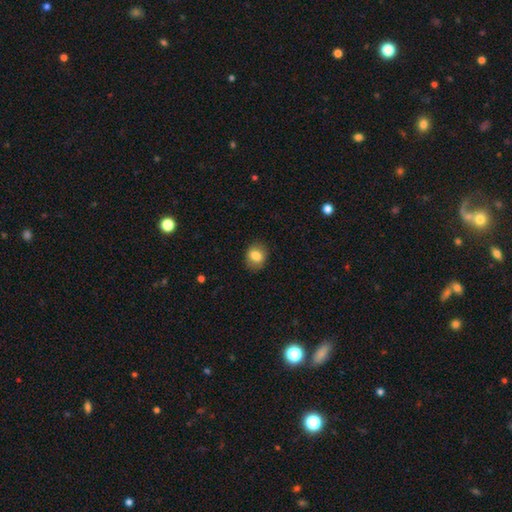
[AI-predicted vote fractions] Smooth or featured: smooth — 82% (featured or disk — 9%)
How rounded: in between — 51% (round — 48%)
Merging: none — 83% (minor disturbance — 12%)